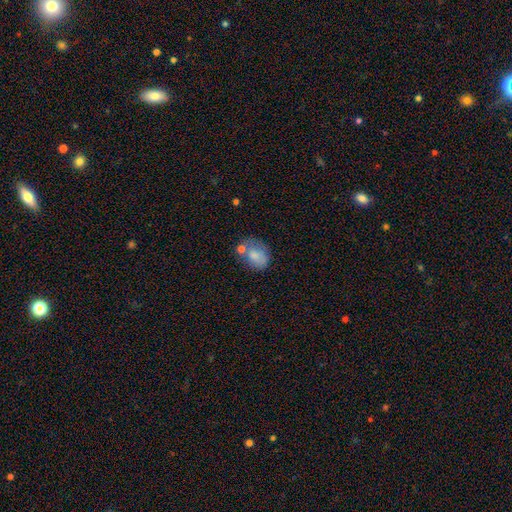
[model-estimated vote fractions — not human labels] Smooth or featured: smooth — 75% (featured or disk — 16%)
How rounded: in between — 61% (round — 38%)
Merging: none — 44% (minor disturbance — 23%)